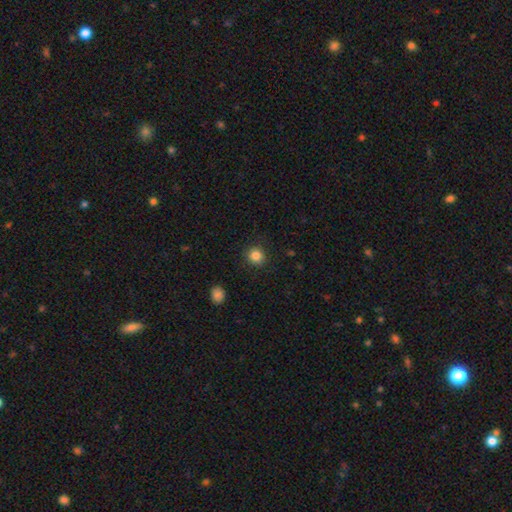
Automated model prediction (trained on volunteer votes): Q: Smooth or featured?
A: smooth (85%); runner-up: star or artifact (11%)
Q: How rounded?
A: round (87%); runner-up: in between (12%)
Q: Merging?
A: none (89%); runner-up: minor disturbance (7%)